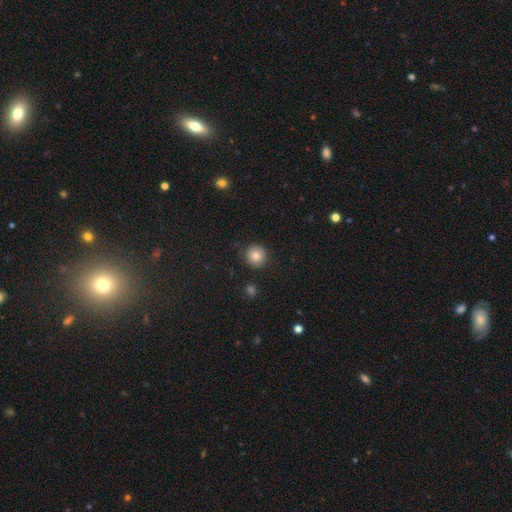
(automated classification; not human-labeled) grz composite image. It shows a smooth galaxy with no disk features (80%) that is round (94%). Merging: none (87%).